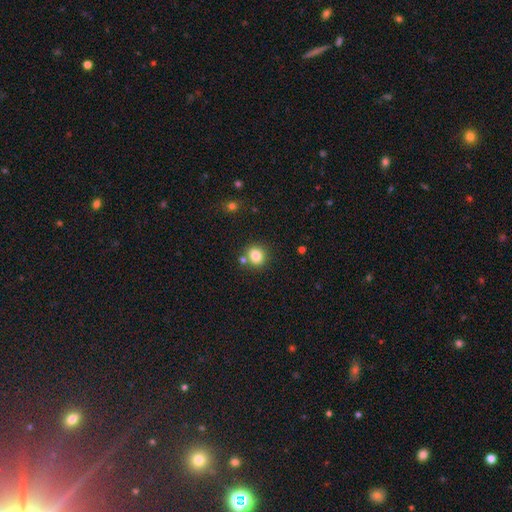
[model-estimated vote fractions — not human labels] smooth_or_featured: smooth (p=0.83) [alt: star or artifact p=0.11]
how_rounded: round (p=0.78) [alt: in between p=0.21]
merging: none (p=0.76) [alt: merger p=0.12]